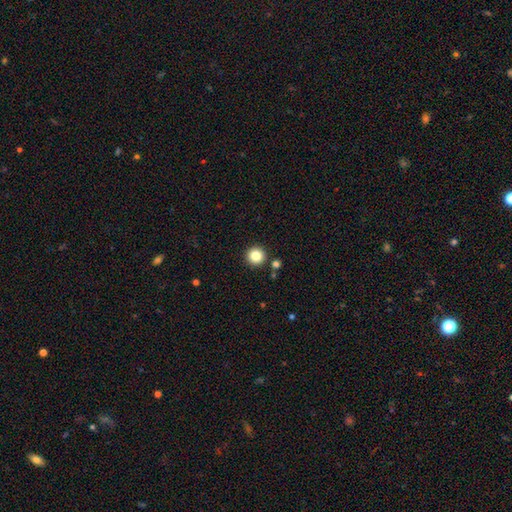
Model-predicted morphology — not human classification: The model was most divided on "smooth or featured": smooth: 84%, star or artifact: 11%, featured or disk: 5%. More confident: how rounded — round (96%); merging — none (90%).